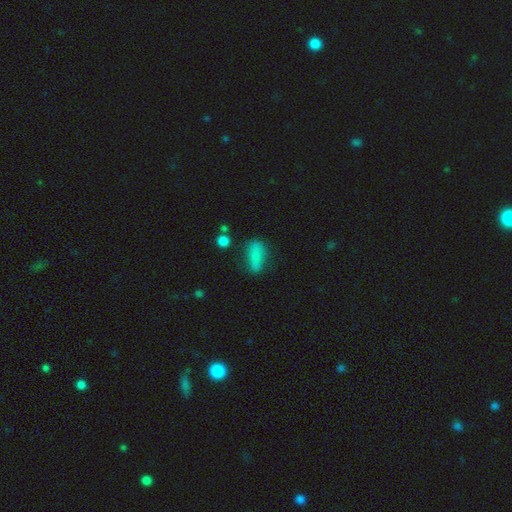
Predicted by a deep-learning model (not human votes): Overall: smooth (78%). How rounded: in between (72%). Merging: none (57%; minor disturbance 25%).